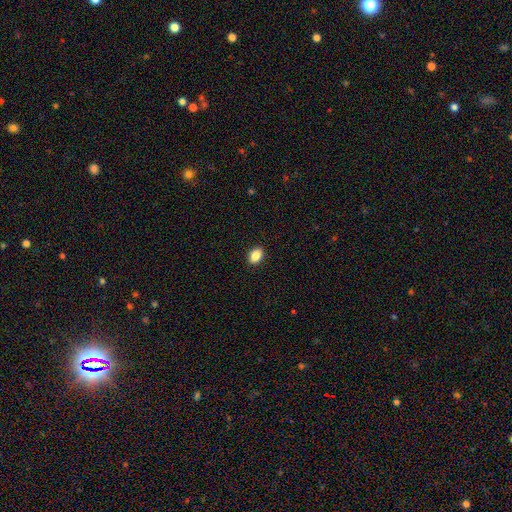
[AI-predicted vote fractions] smooth 87%, star or artifact 9%, featured or disk 4%. Down the decision tree: how rounded — in between (80%); merging — none (91%).